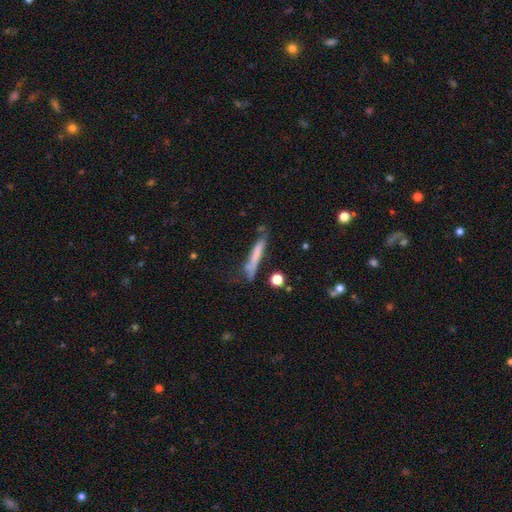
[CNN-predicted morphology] The model was most divided on "smooth or featured": smooth: 65%, featured or disk: 27%, star or artifact: 8%. More confident: how rounded — cigar-shaped (93%); merging — none (63%).